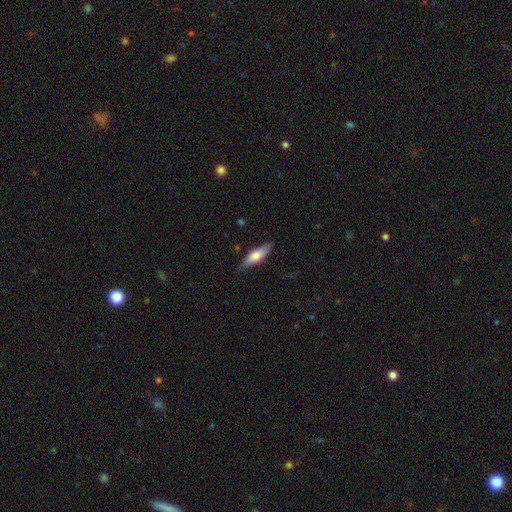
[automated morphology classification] A smooth galaxy with no disk features (64%) that is in between round and cigar-shaped (50%).

Vote fractions:
- Smooth or featured? smooth: 64% / featured or disk: 30% / star or artifact: 6%
- How rounded? in between: 50% / cigar-shaped: 48% / round: 2%
- Merging? none: 80% / minor disturbance: 16% / major disturbance: 3% / merger: 1%